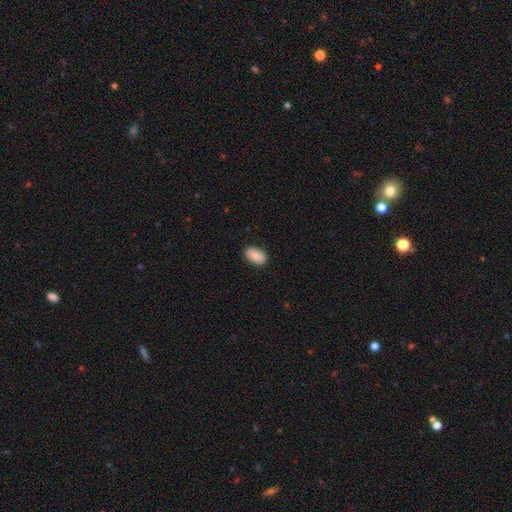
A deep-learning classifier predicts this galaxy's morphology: Smooth or featured? Predicted: smooth (p=0.87). How rounded? Predicted: in between (p=0.92). Merging? Predicted: none (p=0.89).